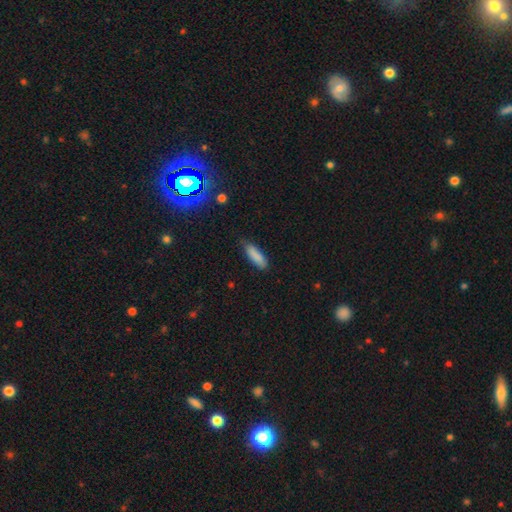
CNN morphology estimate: Overall: smooth (87%). How rounded: in between (50%; cigar-shaped 48%). Merging: none (74%).